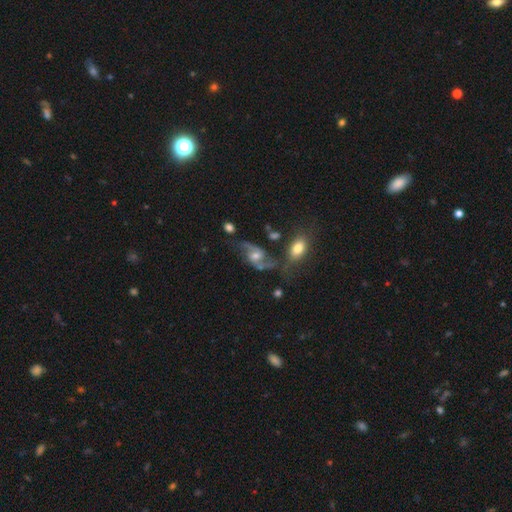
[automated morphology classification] featured or disk 84%, smooth 9%, star or artifact 7%. Down the decision tree: edge-on disk — no (96%); bar — no (46%); spiral arms — yes (94%); spiral arm count — 2 (92%); spiral winding — loose (73%); bulge size — moderate (54%); merging — none (54%).